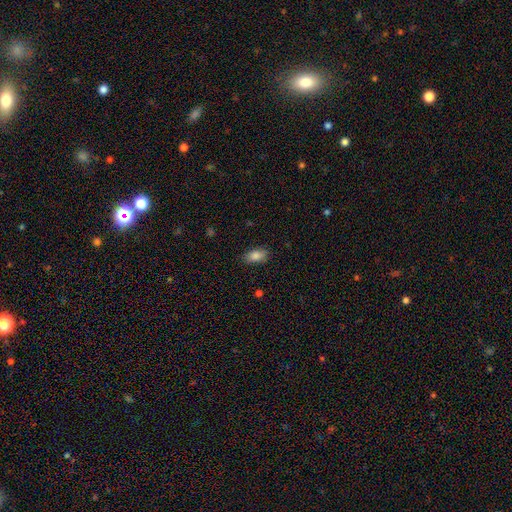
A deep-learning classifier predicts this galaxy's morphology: type=smooth (86%); roundness=in between (90%); merging=none (85%).